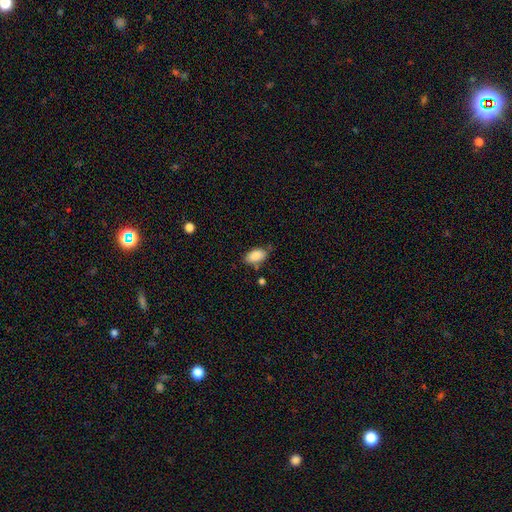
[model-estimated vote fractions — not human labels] Smooth or featured? Predicted: smooth (p=0.87). How rounded? Predicted: in between (p=0.93). Merging? Predicted: none (p=0.68).